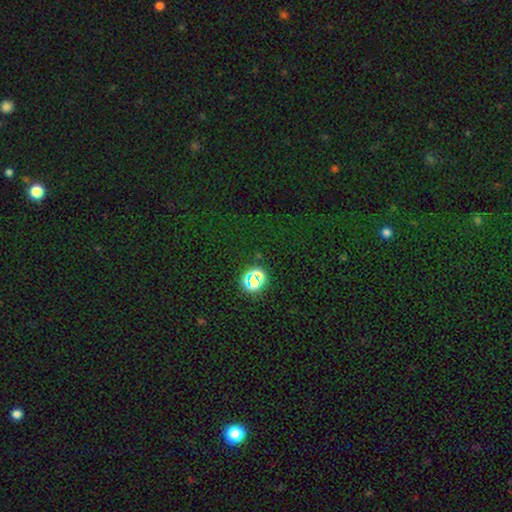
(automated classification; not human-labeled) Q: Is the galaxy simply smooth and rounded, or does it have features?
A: star or artifact — 63%.